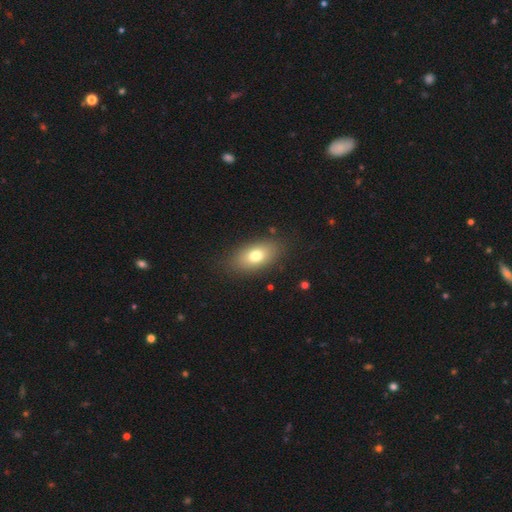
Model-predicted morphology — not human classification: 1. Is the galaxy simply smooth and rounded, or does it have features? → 75% smooth, 16% featured or disk, 9% star or artifact.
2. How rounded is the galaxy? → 88% in between, 8% round, 4% cigar-shaped.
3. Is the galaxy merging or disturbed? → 84% none, 11% minor disturbance, 4% major disturbance, 1% merger.